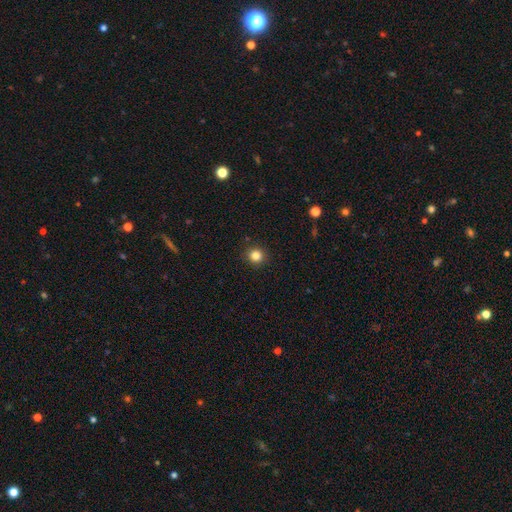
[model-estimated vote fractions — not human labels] Morphology: type=smooth (83%); roundness=round (92%); merging=none (91%).